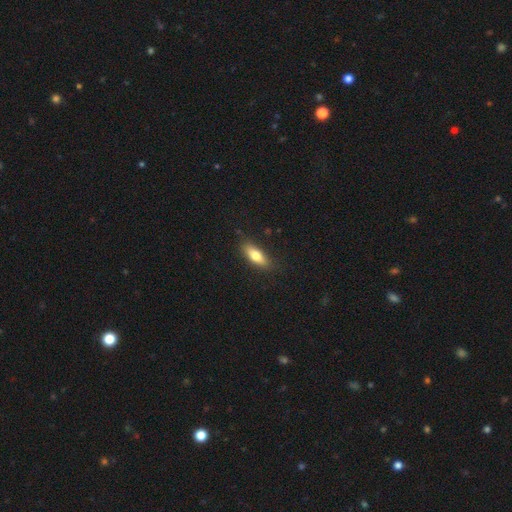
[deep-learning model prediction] smooth-or-featured: smooth: 74% | featured or disk: 19% | star or artifact: 7%
  how-rounded: in between: 68% | cigar-shaped: 29% | round: 3%
  merging: none: 84% | minor disturbance: 12% | major disturbance: 3% | merger: 1%